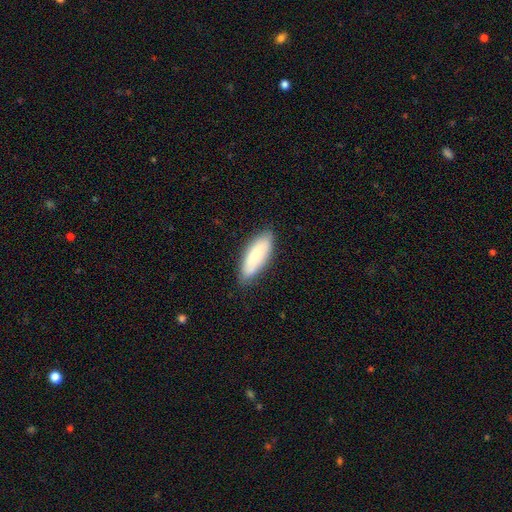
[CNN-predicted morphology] This is clearly a smooth galaxy (82%). How rounded: possibly in between (58%). Merging: clearly none (81%).